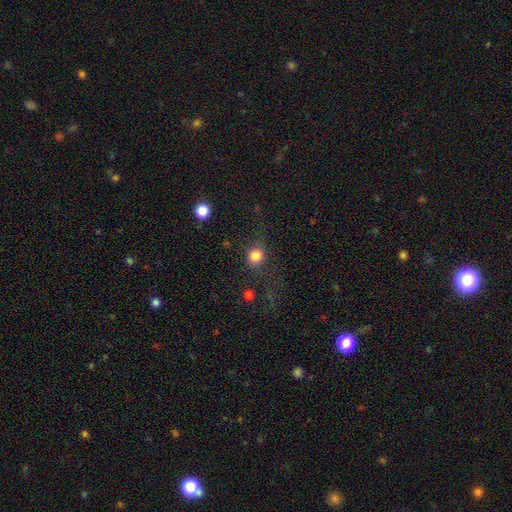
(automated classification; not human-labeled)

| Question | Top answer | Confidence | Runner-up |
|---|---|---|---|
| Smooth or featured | smooth | 83% | star or artifact (11%) |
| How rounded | round | 82% | in between (16%) |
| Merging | none | 71% | minor disturbance (15%) |